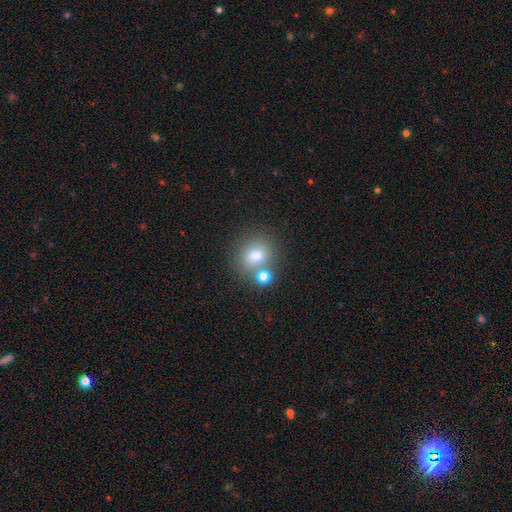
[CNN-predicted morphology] A smooth galaxy with no disk features (74%) that is round (72%).

Vote fractions:
- Smooth or featured? smooth: 74% / featured or disk: 13% / star or artifact: 13%
- How rounded? round: 72% / in between: 27% / cigar-shaped: 1%
- Merging? none: 57% / merger: 29% / minor disturbance: 10% / major disturbance: 4%